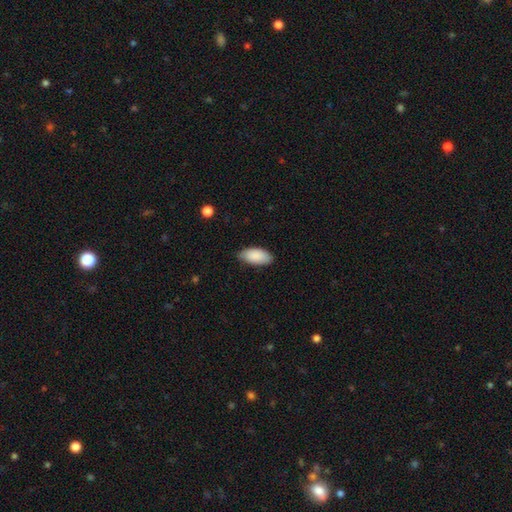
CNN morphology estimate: Q: Smooth or featured?
A: smooth (89%); runner-up: star or artifact (6%)
Q: How rounded?
A: in between (93%); runner-up: cigar-shaped (5%)
Q: Merging?
A: none (79%); runner-up: minor disturbance (17%)